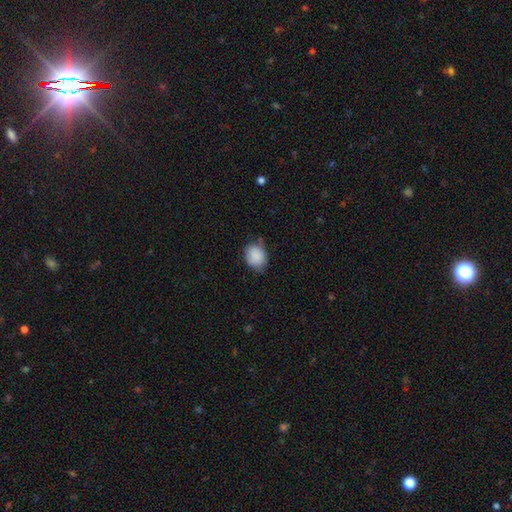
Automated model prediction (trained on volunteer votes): A smooth galaxy with no disk features (86%) that is round (52%). Merging: none (61%).